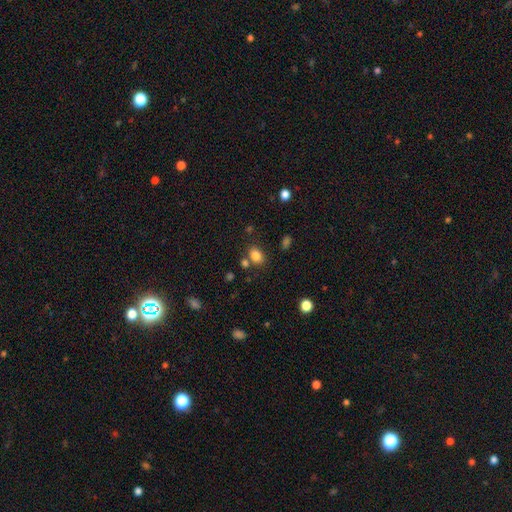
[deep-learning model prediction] Overall: smooth (82%). How rounded: in between (70%). Merging: none (71%).